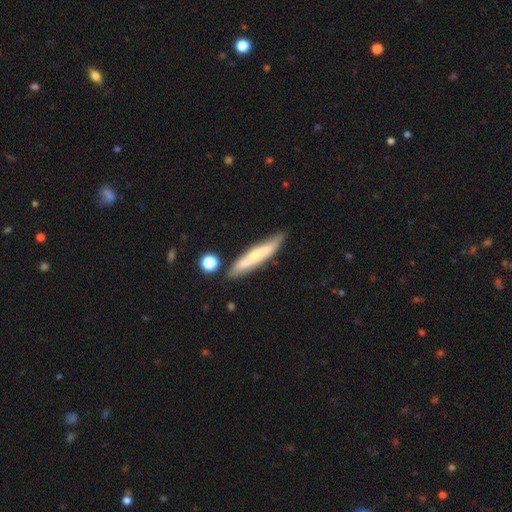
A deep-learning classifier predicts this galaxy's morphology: The model was most divided on "smooth or featured": featured or disk: 47%, smooth: 46%, star or artifact: 7%. More confident: merging — none (77%).